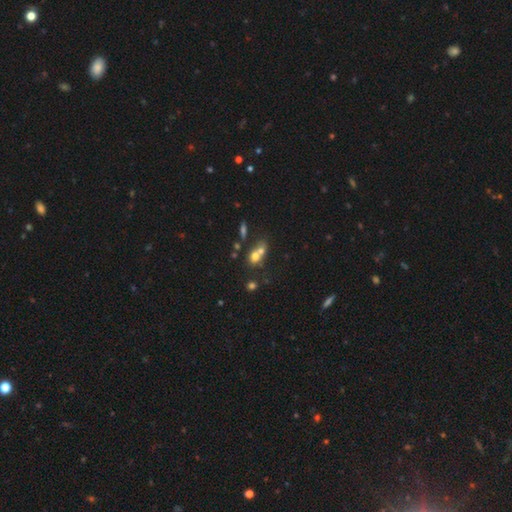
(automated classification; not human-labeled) Smooth or featured: smooth — 65% (featured or disk — 20%)
How rounded: round — 57% (in between — 40%)
Merging: merger — 60% (none — 28%)